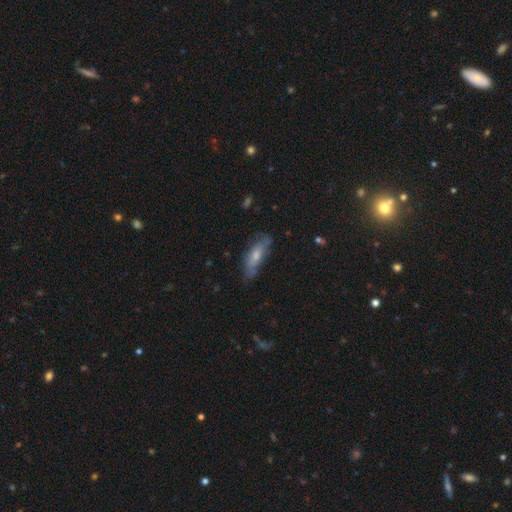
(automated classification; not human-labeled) The model was most divided on "how rounded" (2-way tie): cigar-shaped: 49%, in between: 49%, round: 2%. More confident: merging — none (63%); smooth or featured — smooth (51%).